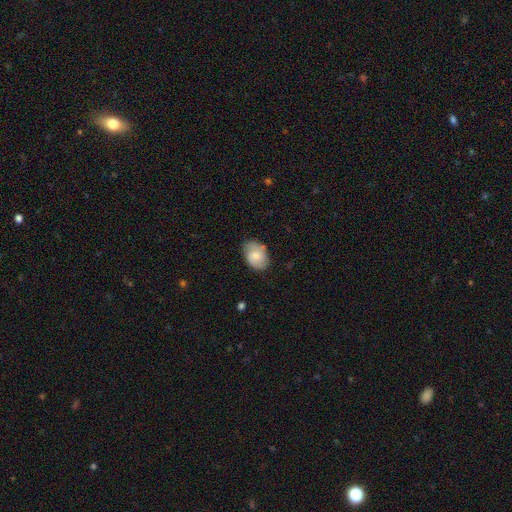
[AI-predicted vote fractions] Smooth or featured? smooth (66%)
How rounded? in between (77%)
Merging? none (67%)